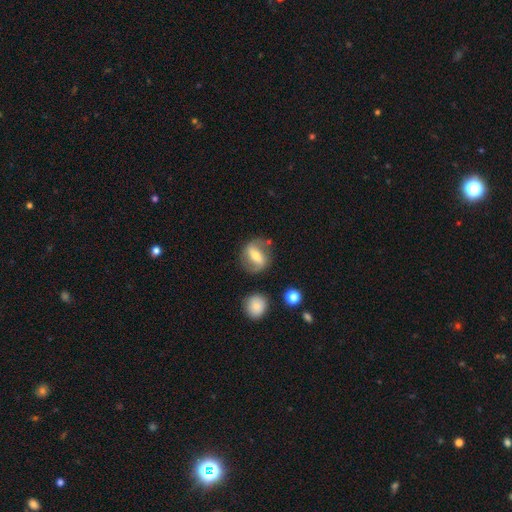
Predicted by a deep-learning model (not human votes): Overall: featured or disk (54%; smooth 38%). Edge-on disk: no (88%). Merging: none (73%).